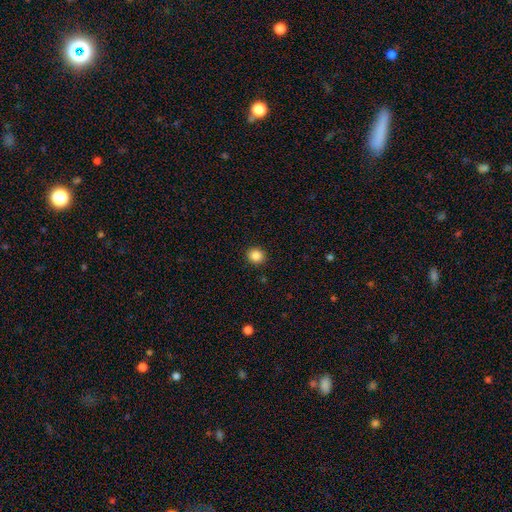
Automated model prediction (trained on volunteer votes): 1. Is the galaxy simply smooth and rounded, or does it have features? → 87% smooth, 10% star or artifact, 3% featured or disk.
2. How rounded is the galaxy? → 87% round, 12% in between, 1% cigar-shaped.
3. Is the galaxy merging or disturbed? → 92% none, 5% minor disturbance, 2% major disturbance, 1% merger.